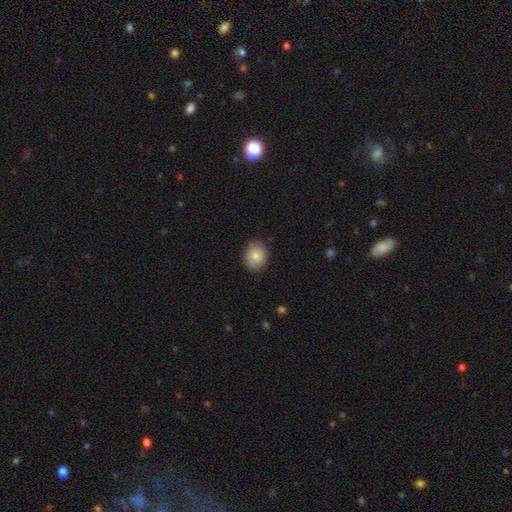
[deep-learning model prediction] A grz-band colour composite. It shows a smooth galaxy with no disk features (85%) that is round (64%). Merging: none (85%).